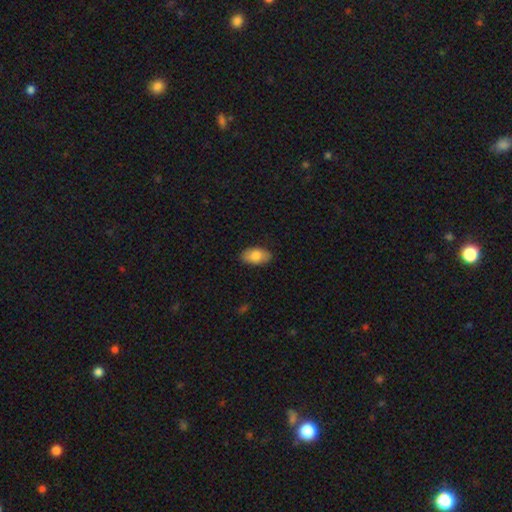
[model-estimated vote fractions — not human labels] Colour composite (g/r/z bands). It shows a smooth galaxy with no disk features (82%) that is in between round and cigar-shaped (94%). Merging: none (86%).